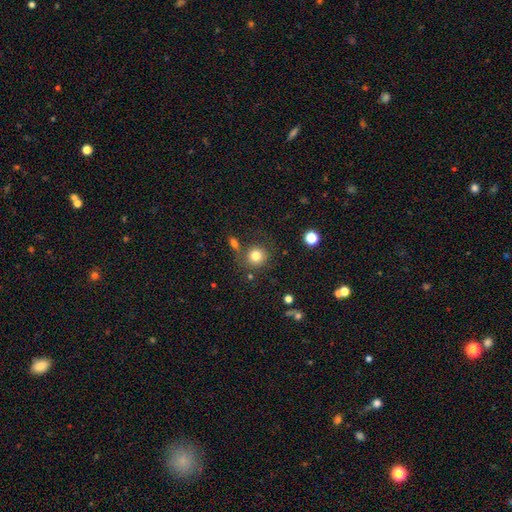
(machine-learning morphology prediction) type=smooth (80%); roundness=round (89%); merging=none (72%).